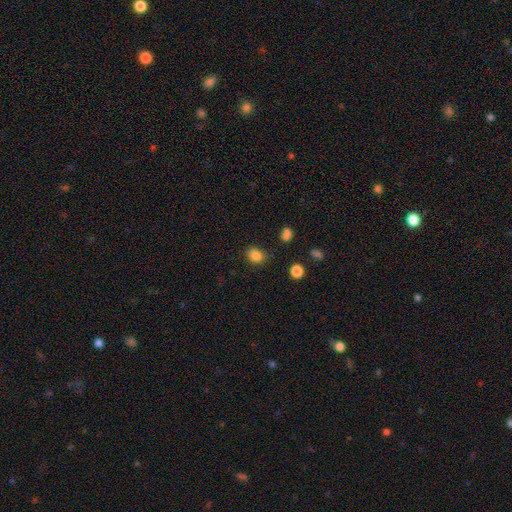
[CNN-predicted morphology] Smooth or featured? Predicted: smooth (p=0.84). How rounded? Predicted: round (p=0.53). Merging? Predicted: none (p=0.80).